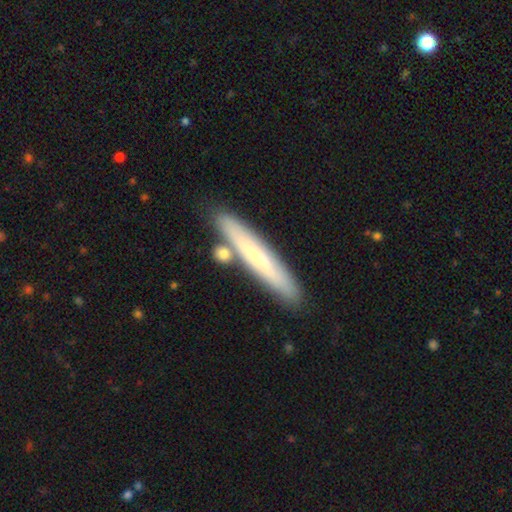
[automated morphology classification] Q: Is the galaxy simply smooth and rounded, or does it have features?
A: smooth — 55%.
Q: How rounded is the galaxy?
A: cigar-shaped — 91%.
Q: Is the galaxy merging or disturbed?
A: none — 79%.